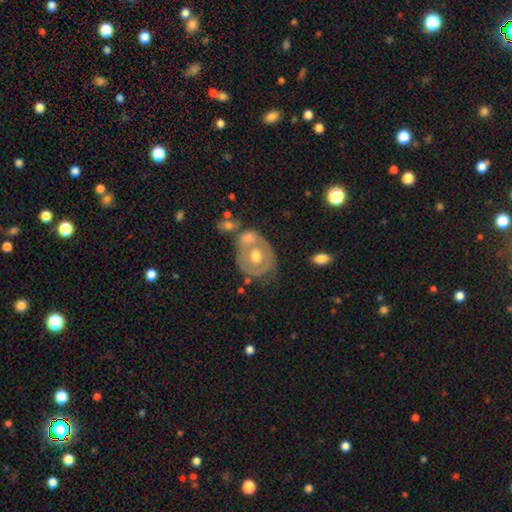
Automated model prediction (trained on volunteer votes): Overall: featured or disk (62%; smooth 31%). Edge-on disk: no (95%). Bar: no (83%). Spiral arms: no (72%). Bulge size: moderate (77%). Merging: none (50%; merger 27%).